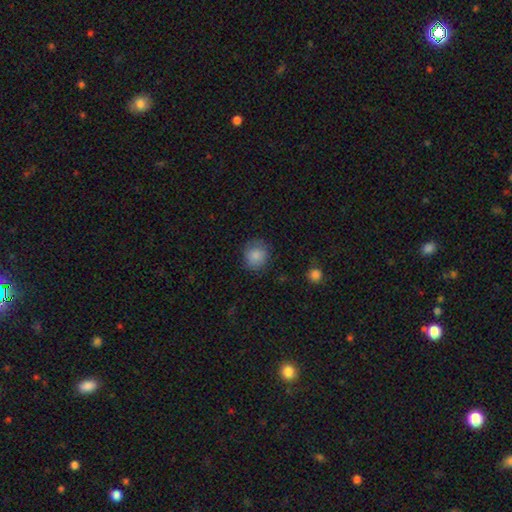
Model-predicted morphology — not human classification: smooth_or_featured: smooth (p=0.86) [alt: star or artifact p=0.08]
how_rounded: round (p=0.83) [alt: in between p=0.16]
merging: none (p=0.80) [alt: minor disturbance p=0.15]